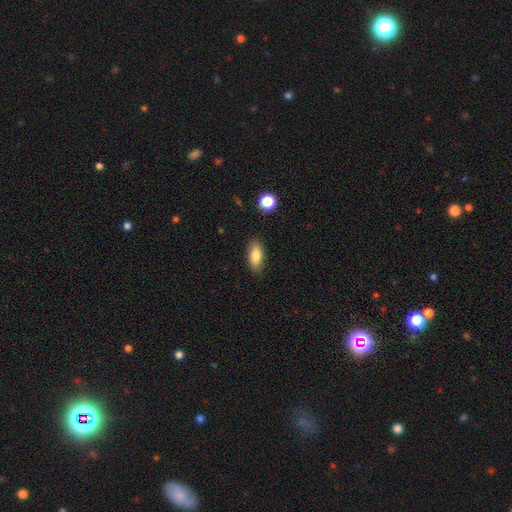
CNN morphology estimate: A smooth galaxy with no disk features (83%) that is in between round and cigar-shaped (86%). Merging: none (87%).